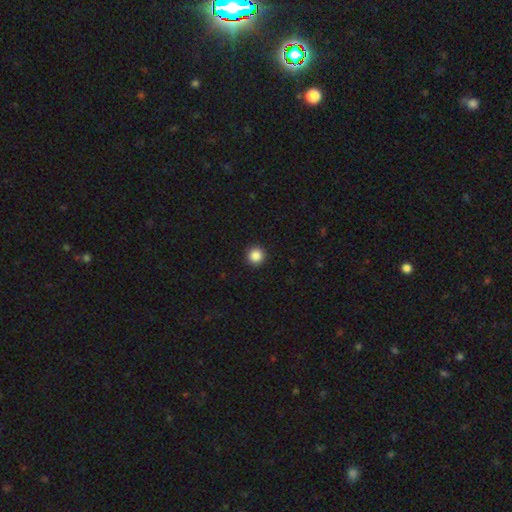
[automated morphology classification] Smooth or featured?
  - smooth: 87% *
  - star or artifact: 10%
  - featured or disk: 3%
How rounded?
  - round: 96% *
  - in between: 3%
  - cigar-shaped: 1%
Merging?
  - none: 93% *
  - minor disturbance: 4%
  - major disturbance: 1%
  - merger: 1%